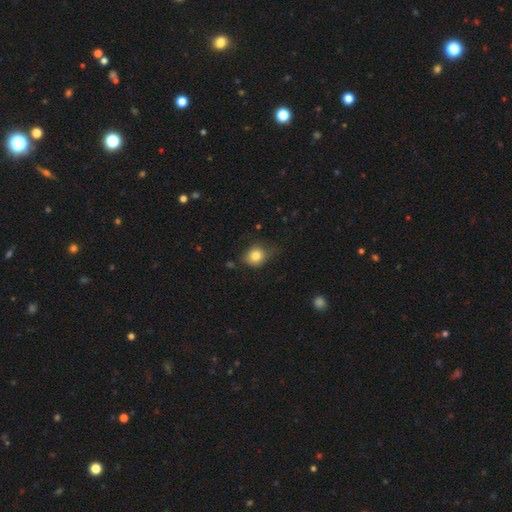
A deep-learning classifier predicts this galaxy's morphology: A smooth galaxy with no disk features (81%) that is round (67%). Merging: none (58%).